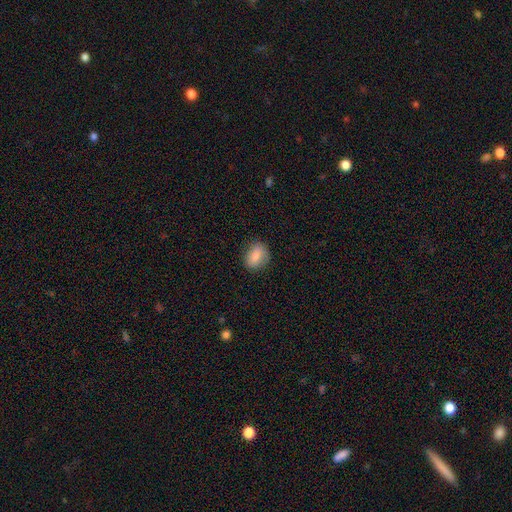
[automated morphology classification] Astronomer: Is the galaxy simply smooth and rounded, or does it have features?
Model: smooth — 78%.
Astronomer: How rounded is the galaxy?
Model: in between — 56% (runner-up: round, 42%).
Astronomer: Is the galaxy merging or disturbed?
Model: none — 82%.